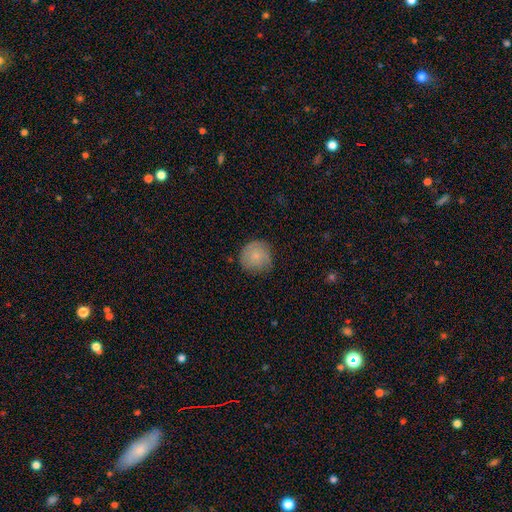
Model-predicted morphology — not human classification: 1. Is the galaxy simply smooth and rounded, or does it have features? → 75% smooth, 18% featured or disk, 7% star or artifact.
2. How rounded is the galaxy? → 92% round, 7% in between, 1% cigar-shaped.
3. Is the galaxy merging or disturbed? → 74% none, 20% minor disturbance, 4% major disturbance, 1% merger.